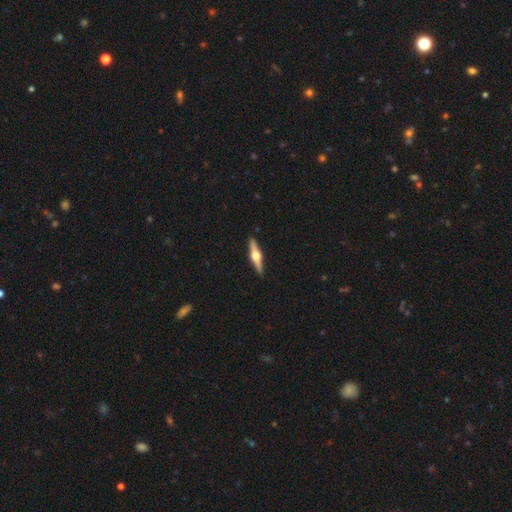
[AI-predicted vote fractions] This is likely a featured or disk galaxy (76%). It is clearly viewed edge-on (98%). Edge-on bulge: clearly rounded (96%). Merging: clearly none (91%).